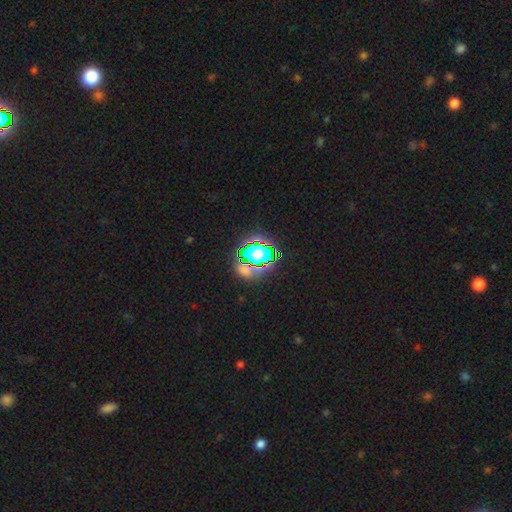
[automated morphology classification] smooth_or_featured: star or artifact (p=0.52) [alt: smooth p=0.34]